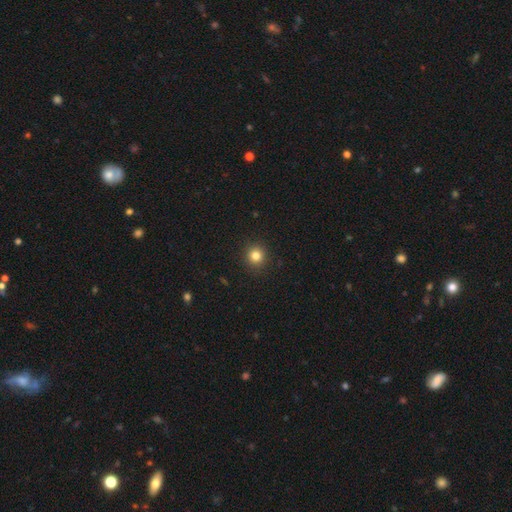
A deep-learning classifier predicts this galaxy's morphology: This is clearly a smooth galaxy (83%). How rounded: clearly round (93%). Merging: clearly none (92%).